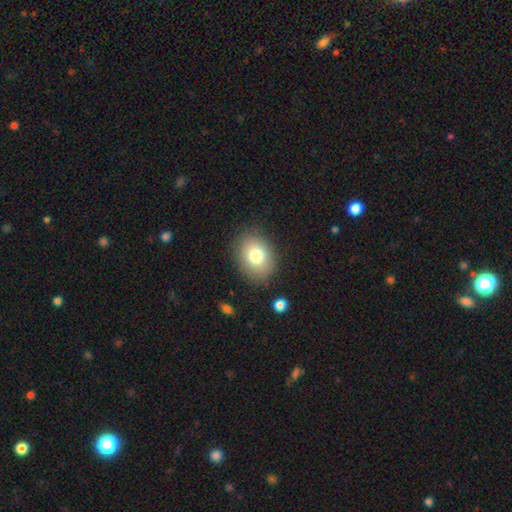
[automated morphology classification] smooth_or_featured: smooth (p=0.78) [alt: featured or disk p=0.12]
how_rounded: in between (p=0.63) [alt: round p=0.36]
merging: none (p=0.84) [alt: minor disturbance p=0.11]